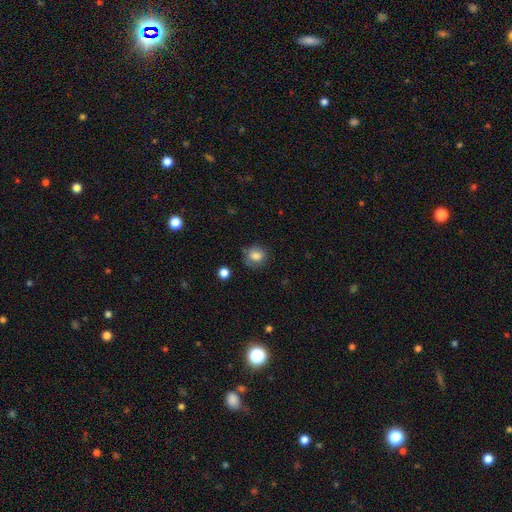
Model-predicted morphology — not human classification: type=smooth (81%); roundness=round (75%); merging=none (72%).